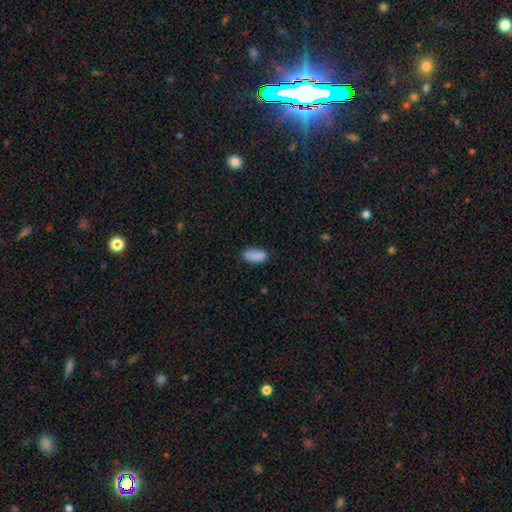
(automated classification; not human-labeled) This appears to be a smooth galaxy with no disk features (87%) that is in between round and cigar-shaped (87%). Merging: none (73%).